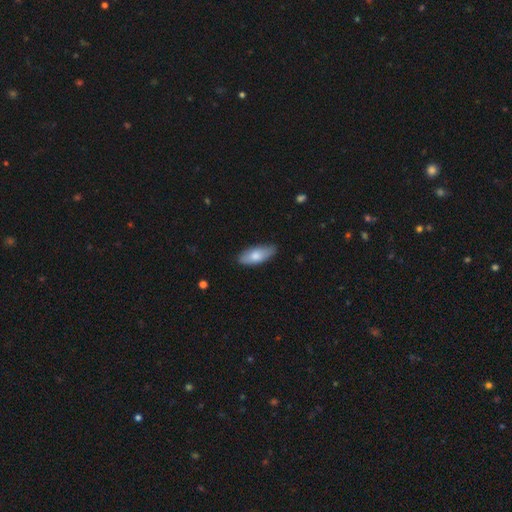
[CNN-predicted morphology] Smooth or featured? Predicted: smooth (p=0.77). How rounded? Predicted: in between (p=0.82). Merging? Predicted: none (p=0.83).